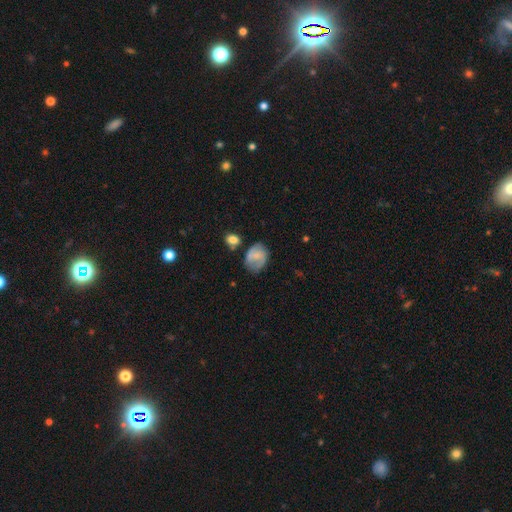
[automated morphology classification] smooth 63%, featured or disk 28%, star or artifact 9%. Down the decision tree: how rounded — in between (61%); merging — none (52%).